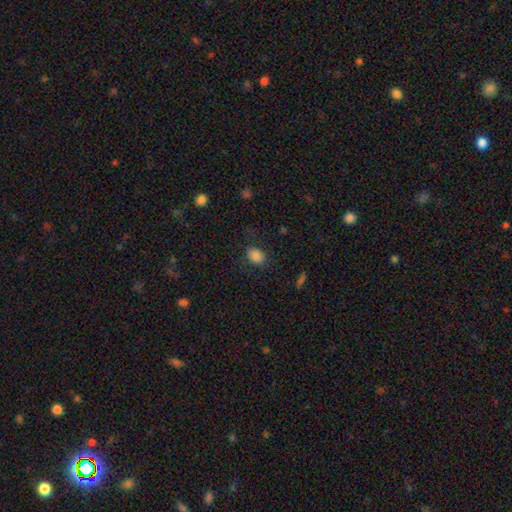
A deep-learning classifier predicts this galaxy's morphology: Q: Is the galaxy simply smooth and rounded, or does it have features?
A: smooth — 84%.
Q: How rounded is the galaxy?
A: in between — 56%.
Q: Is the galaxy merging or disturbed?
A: none — 77%.